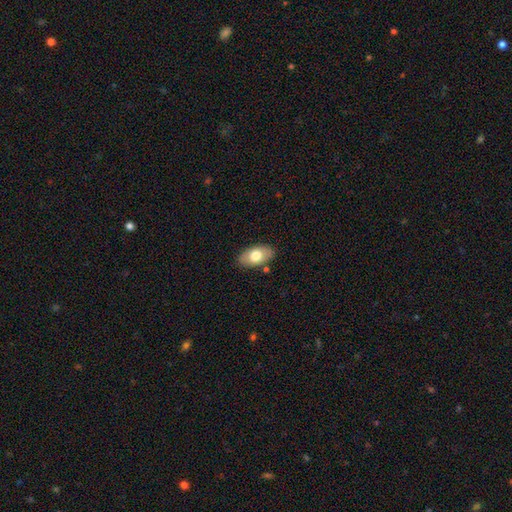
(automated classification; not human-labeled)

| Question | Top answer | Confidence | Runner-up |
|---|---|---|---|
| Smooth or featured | smooth | 71% | featured or disk (23%) |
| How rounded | in between | 93% | round (5%) |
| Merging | none | 84% | minor disturbance (11%) |